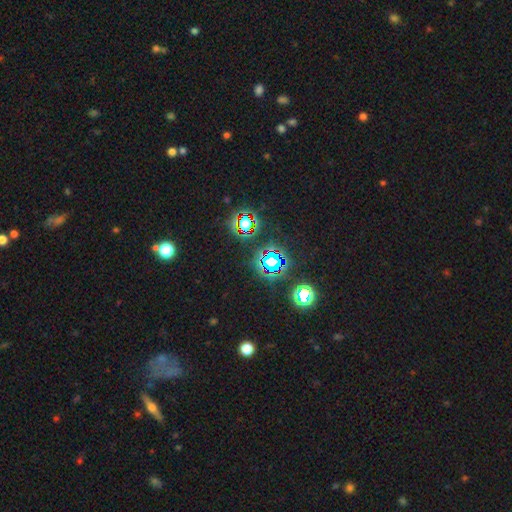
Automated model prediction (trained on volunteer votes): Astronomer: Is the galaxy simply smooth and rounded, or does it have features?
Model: star or artifact — 78%.